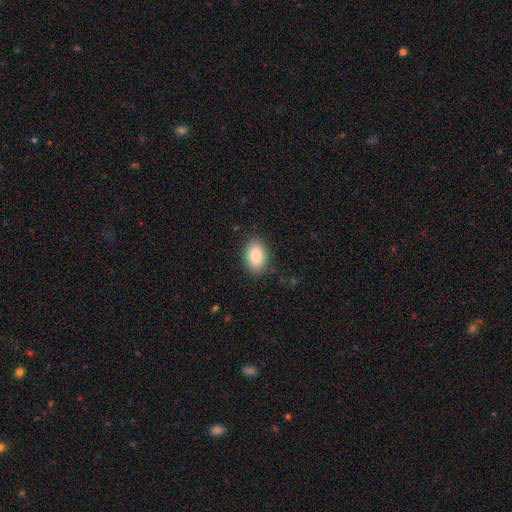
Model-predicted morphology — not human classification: This is clearly a smooth galaxy (86%). How rounded: clearly in between (86%). Merging: clearly none (85%).